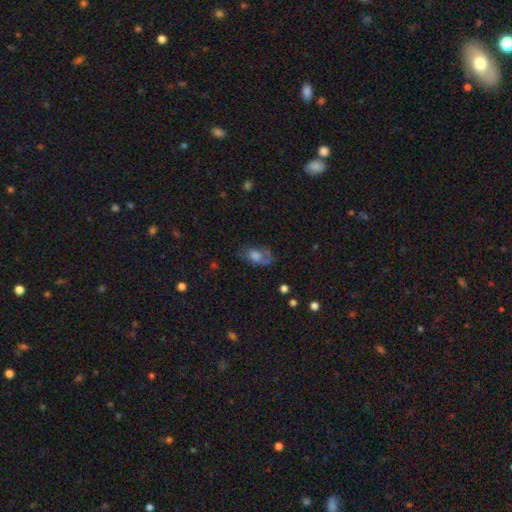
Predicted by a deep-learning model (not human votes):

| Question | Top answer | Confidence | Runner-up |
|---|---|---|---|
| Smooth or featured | smooth | 53% | featured or disk (31%) |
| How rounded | in between | 81% | round (16%) |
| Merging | none | 48% | minor disturbance (26%) |